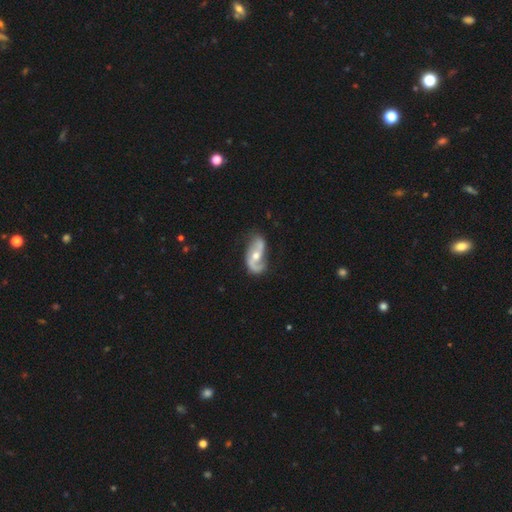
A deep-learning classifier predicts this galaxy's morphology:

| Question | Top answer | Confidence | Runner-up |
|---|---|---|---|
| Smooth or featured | featured or disk | 85% | smooth (11%) |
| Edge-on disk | no | 96% | yes (4%) |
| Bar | no | 43% | weak (36%) |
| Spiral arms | yes | 94% | no (6%) |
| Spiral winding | loose | 60% | medium (30%) |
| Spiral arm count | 2 | 86% | 1 (8%) |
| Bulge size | moderate | 65% | small (29%) |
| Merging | none | 63% | minor disturbance (23%) |